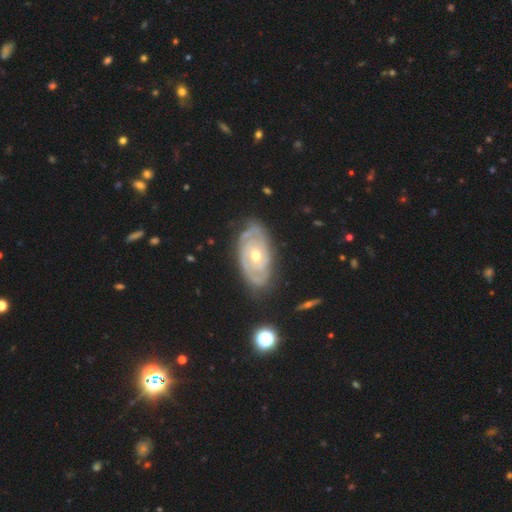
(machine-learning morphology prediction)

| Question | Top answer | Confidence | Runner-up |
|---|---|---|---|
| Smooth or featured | featured or disk | 86% | smooth (9%) |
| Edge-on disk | no | 95% | yes (5%) |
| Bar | no | 78% | weak (16%) |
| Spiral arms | yes | 91% | no (9%) |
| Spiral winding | tight | 79% | medium (17%) |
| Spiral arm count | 2 | 55% | can't tell (24%) |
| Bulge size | moderate | 56% | small (41%) |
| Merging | none | 79% | minor disturbance (15%) |